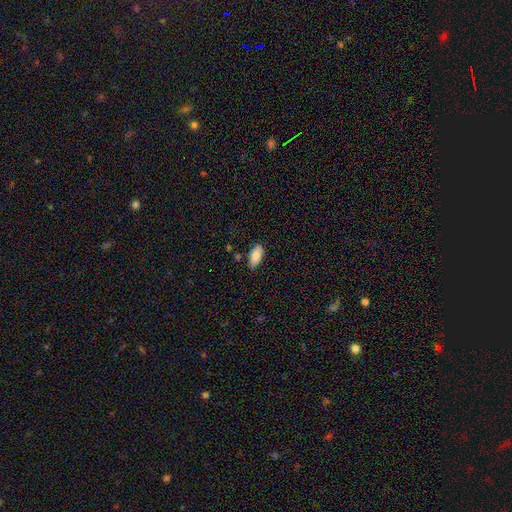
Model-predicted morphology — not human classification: smooth-or-featured: smooth: 84% | featured or disk: 10% | star or artifact: 7%
  how-rounded: in between: 91% | cigar-shaped: 7% | round: 2%
  merging: none: 83% | minor disturbance: 13% | merger: 2% | major disturbance: 2%